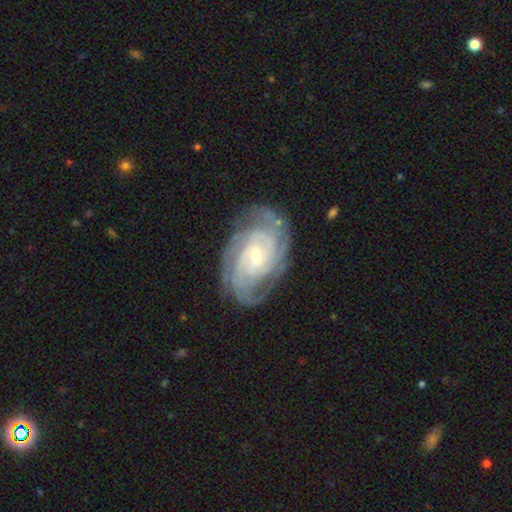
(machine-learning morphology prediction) Smooth or featured?
  - featured or disk: 90% *
  - smooth: 5%
  - star or artifact: 5%
Edge-on disk?
  - no: 97% *
  - yes: 3%
Bar?
  - no: 52% *
  - weak: 38%
  - strong: 10%
Spiral arms?
  - yes: 98% *
  - no: 2%
Spiral winding?
  - tight: 68% *
  - medium: 27%
  - loose: 5%
Spiral arm count?
  - 3: 24% *
  - can't tell: 22%
  - 2: 22%
  - 4: 19%
  - more than 4: 7%
  - 1: 6%
Bulge size?
  - small: 64% *
  - moderate: 32%
  - large: 2%
  - none: 1%
  - dominant: 1%
Merging?
  - none: 77% *
  - minor disturbance: 16%
  - major disturbance: 6%
  - merger: 1%